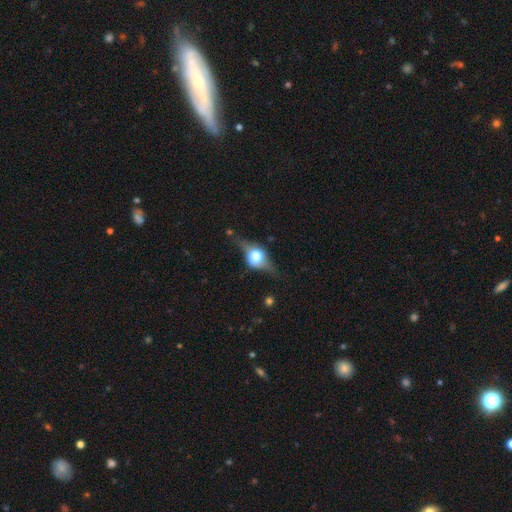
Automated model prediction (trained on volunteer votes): A featured or disk galaxy (68%) viewed edge-on (91%) with a rounded central bulge (95%).

Vote fractions:
- Smooth or featured? featured or disk: 68% / smooth: 25% / star or artifact: 8%
- Edge-on disk? yes: 91% / no: 9%
- Edge-on bulge? rounded: 95% / boxy: 4% / none: 1%
- Merging? none: 69% / minor disturbance: 19% / major disturbance: 9% / merger: 2%